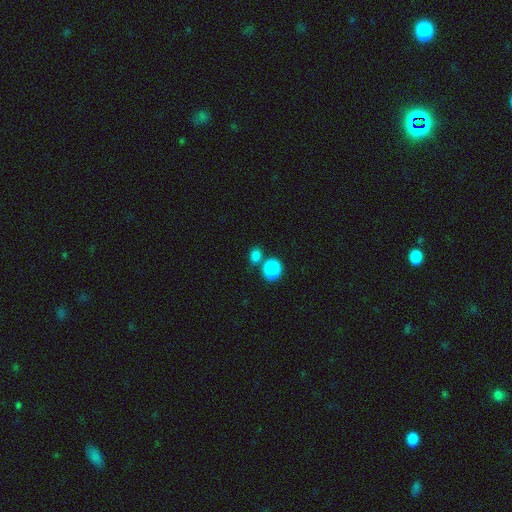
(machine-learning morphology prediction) Q: Smooth or featured?
A: smooth (79%); runner-up: star or artifact (16%)
Q: How rounded?
A: round (57%); runner-up: in between (42%)
Q: Merging?
A: none (65%); runner-up: merger (20%)